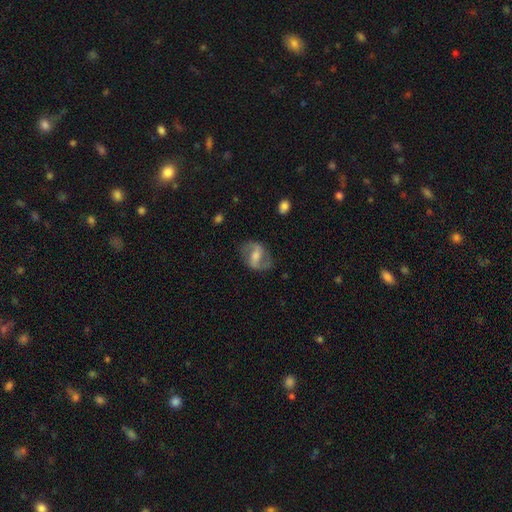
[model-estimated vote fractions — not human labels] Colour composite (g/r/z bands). It shows a featured or disk galaxy (73%) with a weak bar (43%), 2 (89%) medium (46%) spiral arms (88%) and a moderate central bulge (51%). Merging: none (76%).